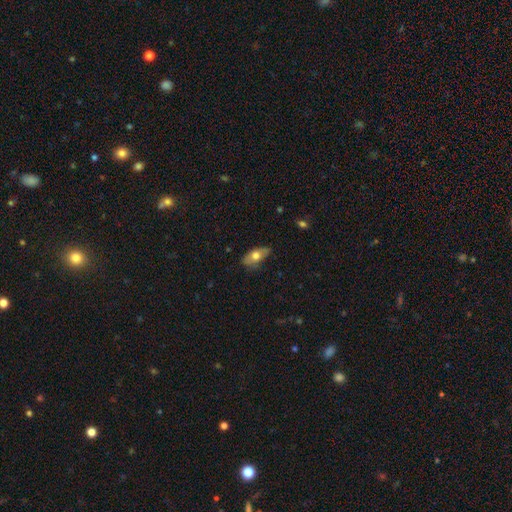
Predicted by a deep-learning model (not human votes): A smooth galaxy with no disk features (63%) that is in between round and cigar-shaped (85%).

Vote fractions:
- Smooth or featured? smooth: 63% / featured or disk: 30% / star or artifact: 7%
- How rounded? in between: 85% / cigar-shaped: 9% / round: 5%
- Merging? none: 70% / minor disturbance: 24% / major disturbance: 4% / merger: 1%